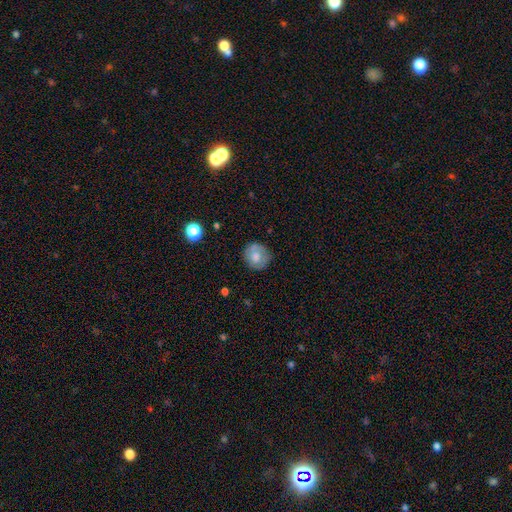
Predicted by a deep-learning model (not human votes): Morphology: type=smooth (68%); roundness=round (85%); merging=none (78%).